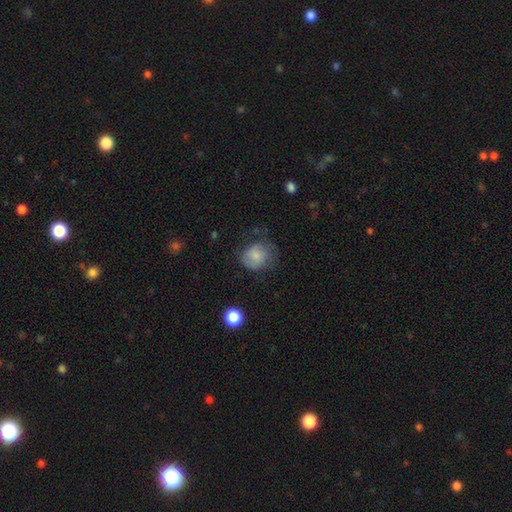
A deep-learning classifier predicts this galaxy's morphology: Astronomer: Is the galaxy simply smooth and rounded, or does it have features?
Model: smooth — 78%.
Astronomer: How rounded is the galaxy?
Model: round — 70%.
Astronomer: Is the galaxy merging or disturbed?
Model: none — 51% (runner-up: minor disturbance, 29%).